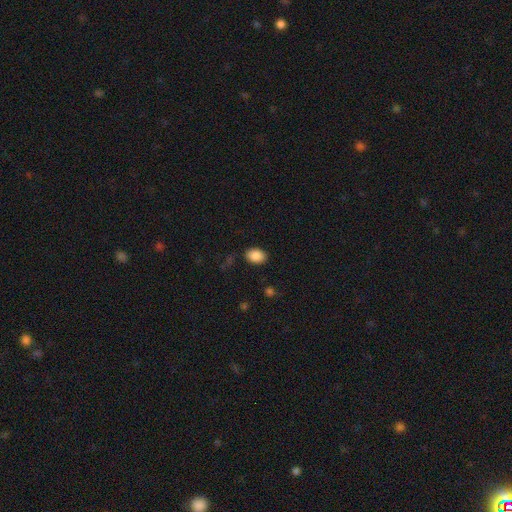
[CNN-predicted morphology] Smooth or featured?
  - smooth: 88% *
  - star or artifact: 8%
  - featured or disk: 4%
How rounded?
  - in between: 79% *
  - round: 20%
  - cigar-shaped: 1%
Merging?
  - none: 86% *
  - minor disturbance: 10%
  - major disturbance: 3%
  - merger: 1%